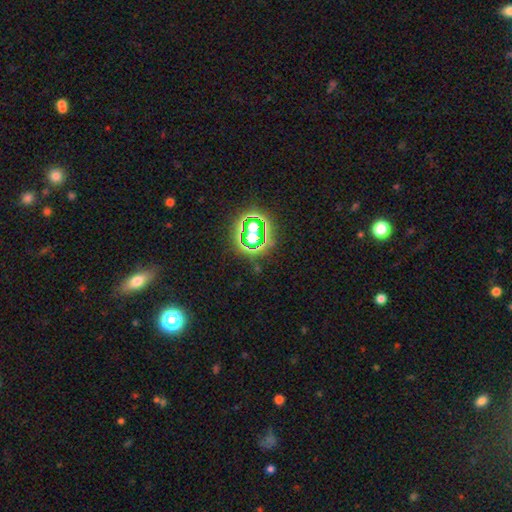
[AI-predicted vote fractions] Morphology: type=star or artifact (75%).